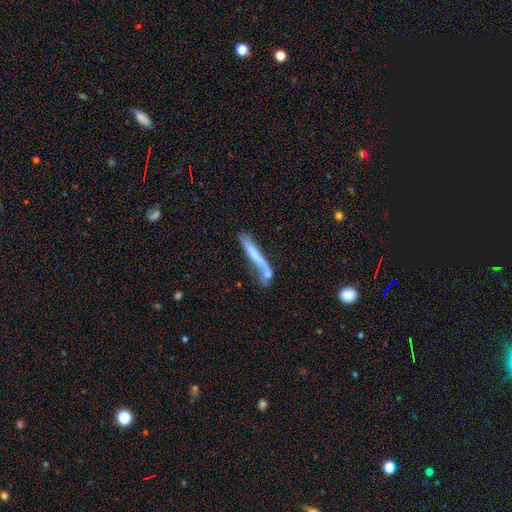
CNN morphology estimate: smooth_or_featured: smooth (p=0.54) [alt: featured or disk p=0.38]
how_rounded: cigar-shaped (p=0.92) [alt: in between p=0.06]
merging: none (p=0.38) [alt: merger p=0.27]